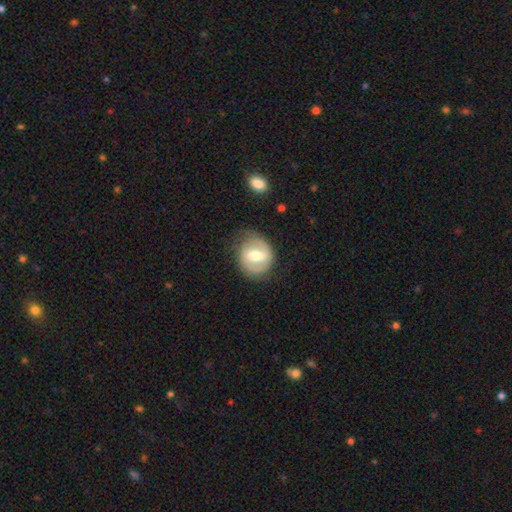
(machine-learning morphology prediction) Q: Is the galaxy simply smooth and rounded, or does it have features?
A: featured or disk — 64%.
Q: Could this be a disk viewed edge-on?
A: no — 96%.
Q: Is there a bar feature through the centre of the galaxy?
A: weak — 44%.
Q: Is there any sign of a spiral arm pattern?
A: yes — 72%.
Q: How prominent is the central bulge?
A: moderate — 66%.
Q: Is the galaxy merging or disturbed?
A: none — 71%.